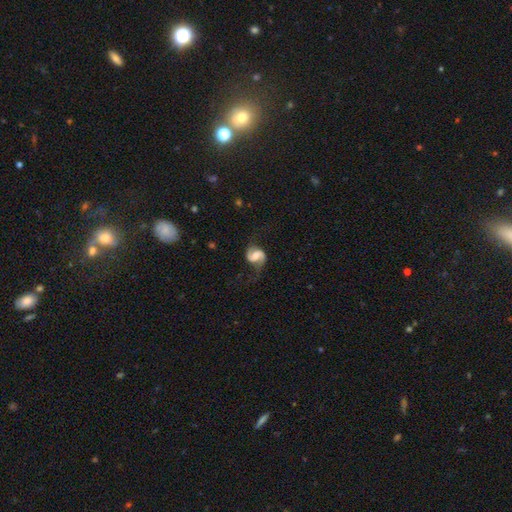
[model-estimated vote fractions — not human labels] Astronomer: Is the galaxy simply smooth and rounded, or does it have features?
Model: featured or disk — 84%.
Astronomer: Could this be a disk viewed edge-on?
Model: no — 98%.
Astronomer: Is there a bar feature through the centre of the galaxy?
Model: weak — 47% (runner-up: no, 27%).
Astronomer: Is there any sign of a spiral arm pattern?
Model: yes — 96%.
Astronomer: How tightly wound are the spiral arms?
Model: loose — 50% (runner-up: medium, 39%).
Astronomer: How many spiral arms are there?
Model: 2 — 91%.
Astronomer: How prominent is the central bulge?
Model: moderate — 50%.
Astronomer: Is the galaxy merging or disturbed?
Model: none — 69%.